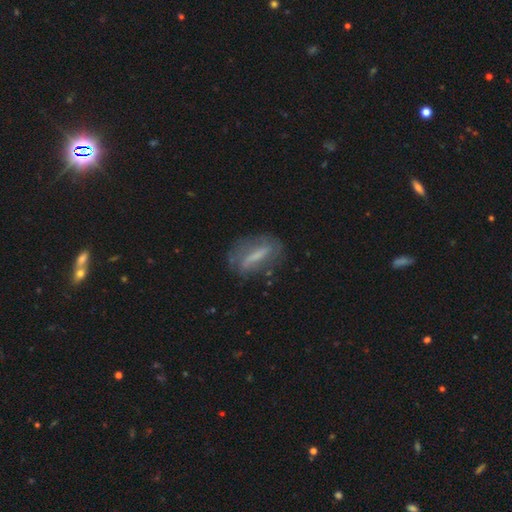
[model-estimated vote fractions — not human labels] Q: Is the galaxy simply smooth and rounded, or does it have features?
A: featured or disk — 51%.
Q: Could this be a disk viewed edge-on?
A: no — 73%.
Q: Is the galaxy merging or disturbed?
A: none — 68%.